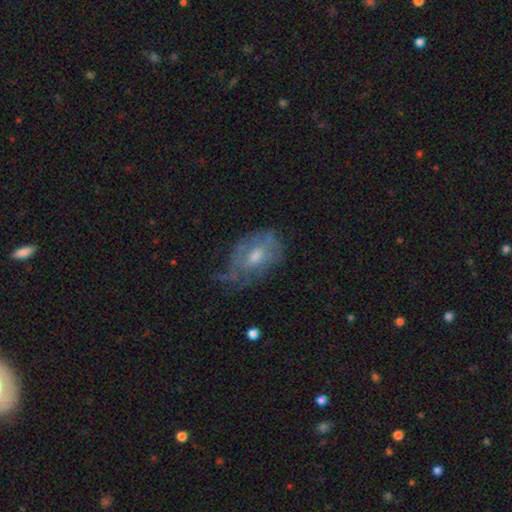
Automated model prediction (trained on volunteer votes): The model was most divided on "merging": none: 40%, minor disturbance: 33%, major disturbance: 25%, merger: 2%. More confident: edge-on disk — no (94%); bulge size — moderate (60%); smooth or featured — featured or disk (58%); bar — no (57%); spiral arms — yes (55%).